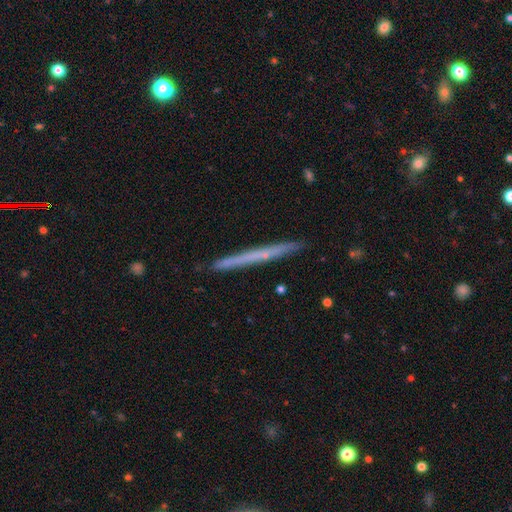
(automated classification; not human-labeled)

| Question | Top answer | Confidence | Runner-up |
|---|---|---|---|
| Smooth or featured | featured or disk | 52% | smooth (42%) |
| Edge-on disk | yes | 97% | no (3%) |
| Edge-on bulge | none | 86% | rounded (11%) |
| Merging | none | 91% | minor disturbance (7%) |